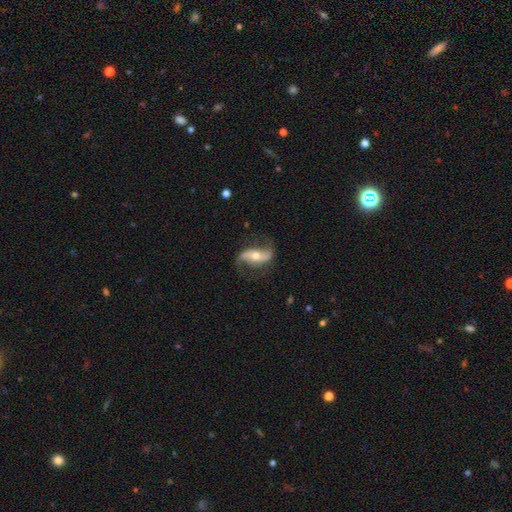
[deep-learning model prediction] A featured or disk galaxy (83%) with a strong bar (36%, tied with no), 2 (92%) loose (77%) spiral arms (94%) and a moderate central bulge (63%). Merging: none (75%).